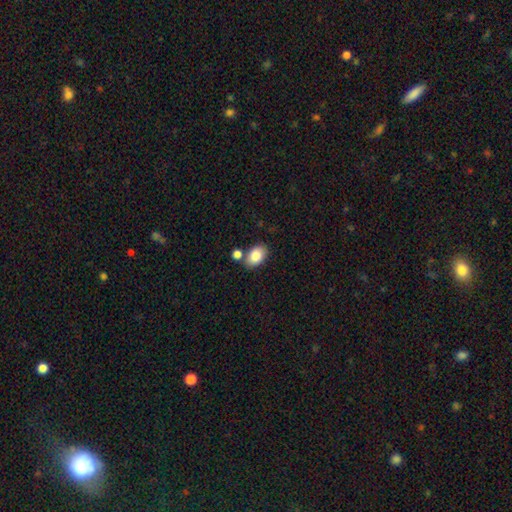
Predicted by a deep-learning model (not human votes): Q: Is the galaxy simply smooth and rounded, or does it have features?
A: smooth — 84%.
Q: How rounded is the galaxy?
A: in between — 85%.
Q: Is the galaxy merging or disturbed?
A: none — 72%.